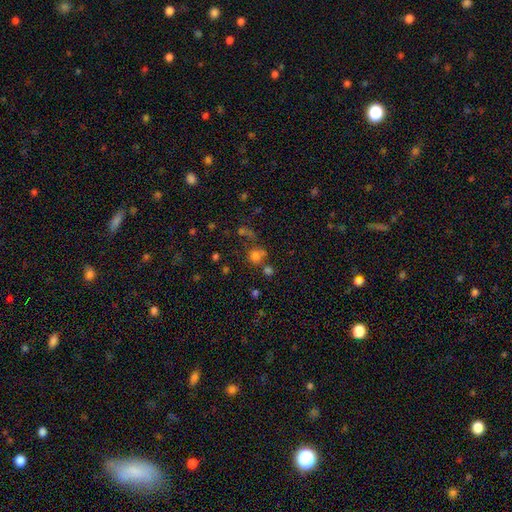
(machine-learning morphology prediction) Smooth or featured: smooth — 70% (star or artifact — 19%)
How rounded: round — 85% (in between — 14%)
Merging: none — 52% (merger — 28%)